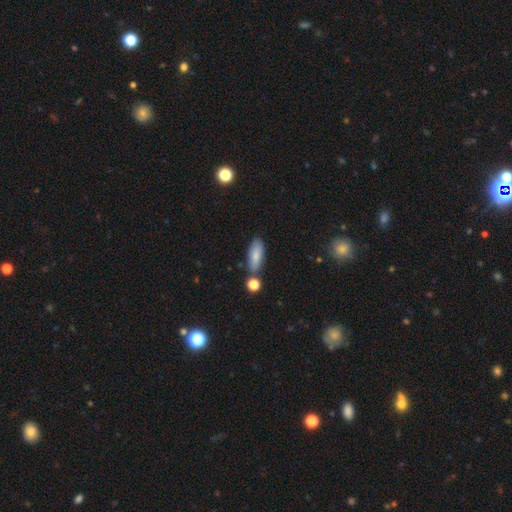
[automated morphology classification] A smooth galaxy with no disk features (82%) that is in between round and cigar-shaped (73%).

Vote fractions:
- Smooth or featured? smooth: 82% / featured or disk: 11% / star or artifact: 7%
- How rounded? in between: 73% / cigar-shaped: 24% / round: 3%
- Merging? none: 74% / minor disturbance: 14% / merger: 9% / major disturbance: 3%